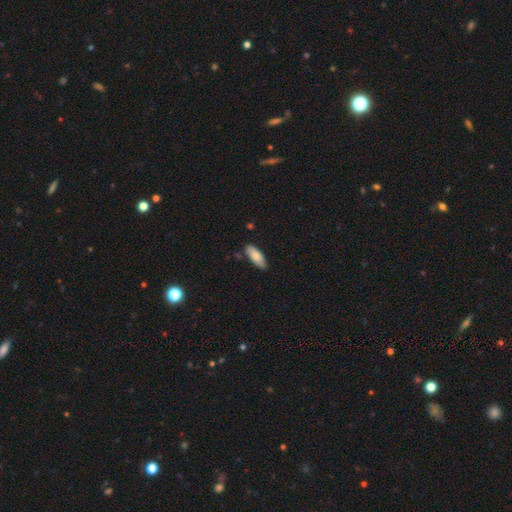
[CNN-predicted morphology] This appears to be a smooth galaxy with no disk features (78%) that is in between round and cigar-shaped (73%). Merging: none (76%).